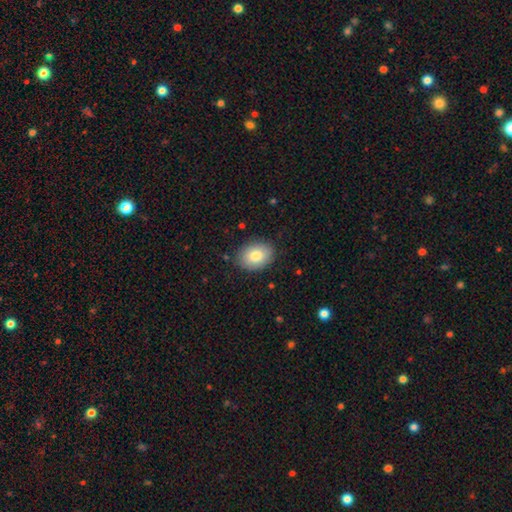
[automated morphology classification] smooth-or-featured: smooth: 82% | featured or disk: 11% | star or artifact: 8%
  how-rounded: in between: 68% | round: 31% | cigar-shaped: 1%
  merging: none: 86% | minor disturbance: 11% | major disturbance: 3% | merger: 1%